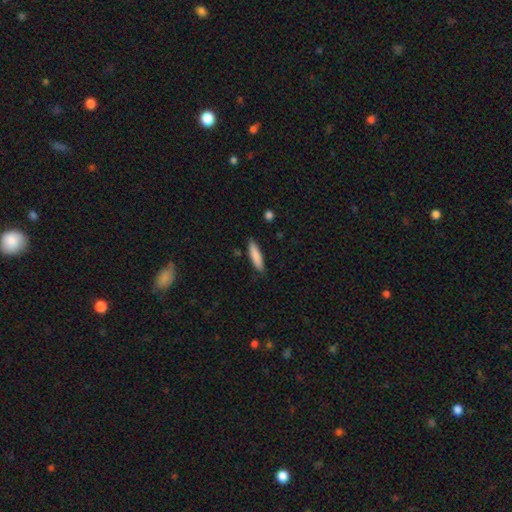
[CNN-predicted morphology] Smooth or featured?
  - smooth: 85% *
  - featured or disk: 10%
  - star or artifact: 6%
How rounded?
  - cigar-shaped: 74% *
  - in between: 25%
  - round: 1%
Merging?
  - none: 85% *
  - minor disturbance: 11%
  - major disturbance: 2%
  - merger: 2%